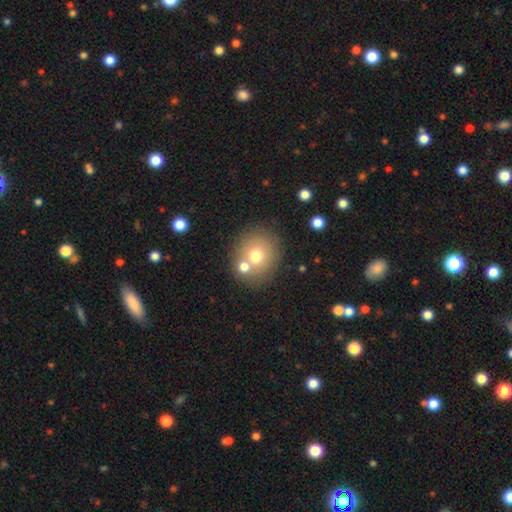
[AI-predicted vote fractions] smooth 69%, featured or disk 19%, star or artifact 12%. Down the decision tree: how rounded — round (80%); merging — none (62%).